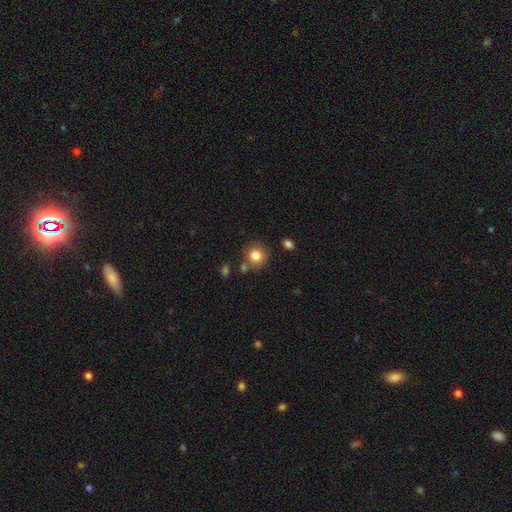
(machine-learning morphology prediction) smooth 82%, star or artifact 10%, featured or disk 8%. Down the decision tree: how rounded — round (85%); merging — none (73%).